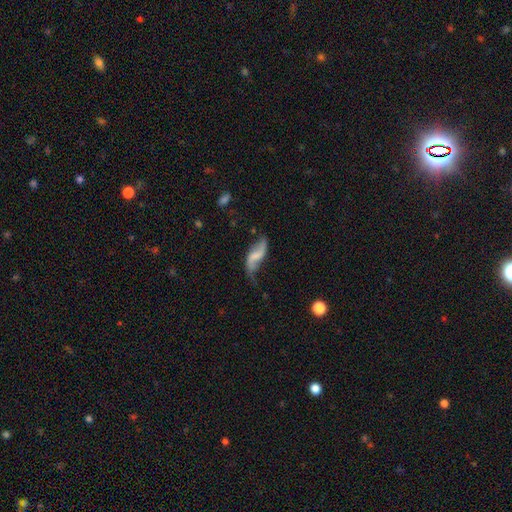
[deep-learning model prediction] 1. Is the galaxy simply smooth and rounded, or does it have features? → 71% featured or disk, 22% smooth, 7% star or artifact.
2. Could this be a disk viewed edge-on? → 94% no, 6% yes.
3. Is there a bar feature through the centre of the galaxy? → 46% weak, 34% no, 21% strong.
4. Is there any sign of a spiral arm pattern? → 90% yes, 10% no.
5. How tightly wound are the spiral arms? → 86% loose, 11% medium, 3% tight.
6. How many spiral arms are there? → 90% 2, 4% 1, 3% can't tell, 1% 3, 1% 4, 1% more than 4.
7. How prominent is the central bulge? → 48% none, 26% small, 19% moderate, 5% large, 2% dominant.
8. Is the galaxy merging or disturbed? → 55% none, 26% minor disturbance, 14% major disturbance, 4% merger.